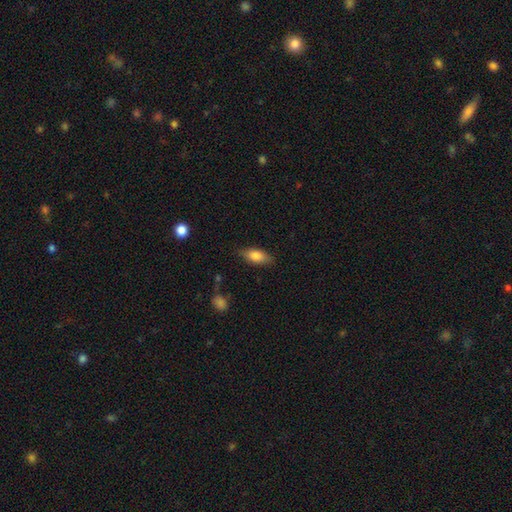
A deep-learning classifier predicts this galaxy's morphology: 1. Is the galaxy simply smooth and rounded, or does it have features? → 77% smooth, 16% featured or disk, 7% star or artifact.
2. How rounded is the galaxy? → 80% in between, 17% cigar-shaped, 3% round.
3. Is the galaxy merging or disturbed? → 81% none, 14% minor disturbance, 3% major disturbance, 1% merger.